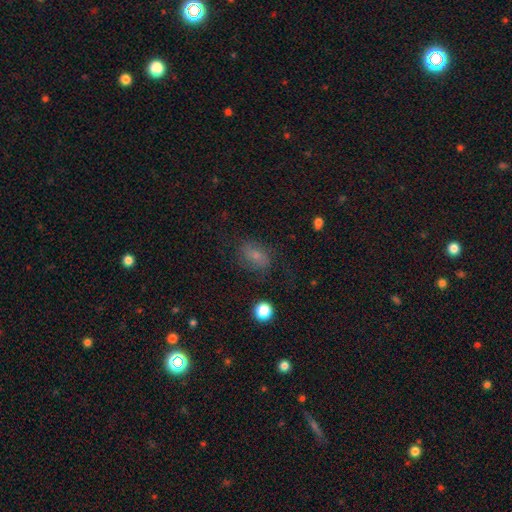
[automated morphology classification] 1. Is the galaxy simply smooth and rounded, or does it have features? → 59% smooth, 27% featured or disk, 14% star or artifact.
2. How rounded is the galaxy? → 75% in between, 22% round, 3% cigar-shaped.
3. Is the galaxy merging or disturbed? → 68% none, 19% minor disturbance, 11% major disturbance, 2% merger.